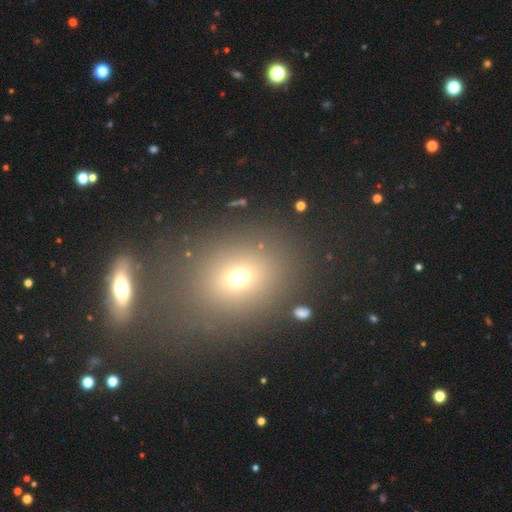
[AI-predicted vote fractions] Smooth or featured? smooth (55%)
How rounded? in between (50%)
Merging? none (73%)